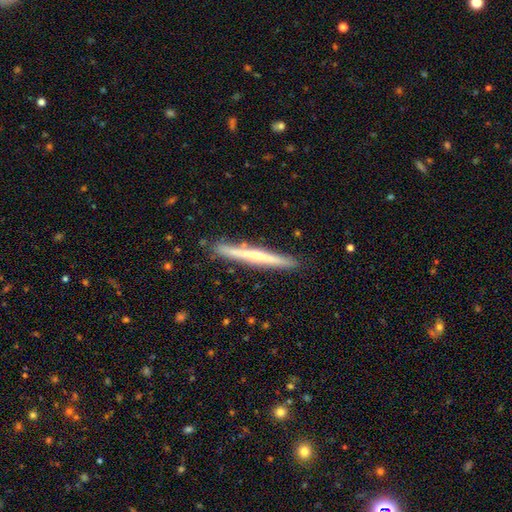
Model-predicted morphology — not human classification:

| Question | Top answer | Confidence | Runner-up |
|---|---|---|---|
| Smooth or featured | featured or disk | 61% | smooth (32%) |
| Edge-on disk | yes | 96% | no (4%) |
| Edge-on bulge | rounded | 62% | none (34%) |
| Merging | none | 90% | minor disturbance (8%) |